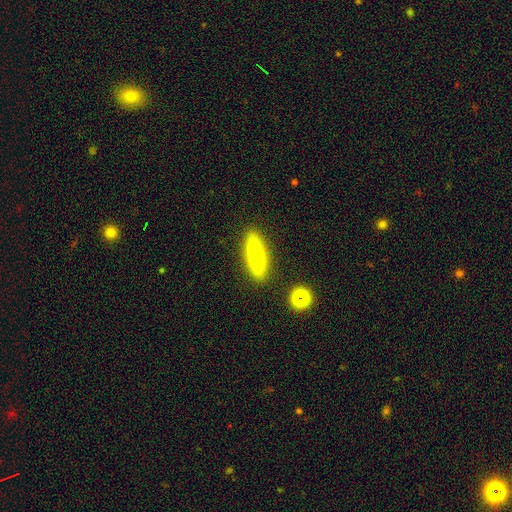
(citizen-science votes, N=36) Q: Smooth or featured?
A: smooth (58%); runner-up: featured or disk (39%)
Q: How rounded?
A: cigar-shaped (52%); runner-up: in between (48%)
Q: Merging?
A: none (80%); runner-up: minor disturbance (9%)